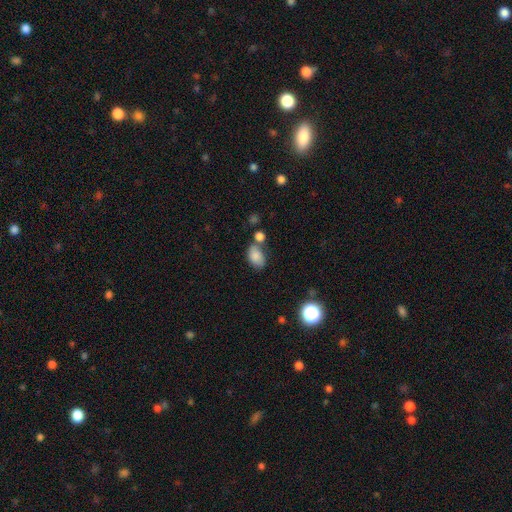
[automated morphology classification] smooth_or_featured: smooth (p=0.83) [alt: star or artifact p=0.09]
how_rounded: in between (p=0.86) [alt: round p=0.12]
merging: none (p=0.51) [alt: merger p=0.24]